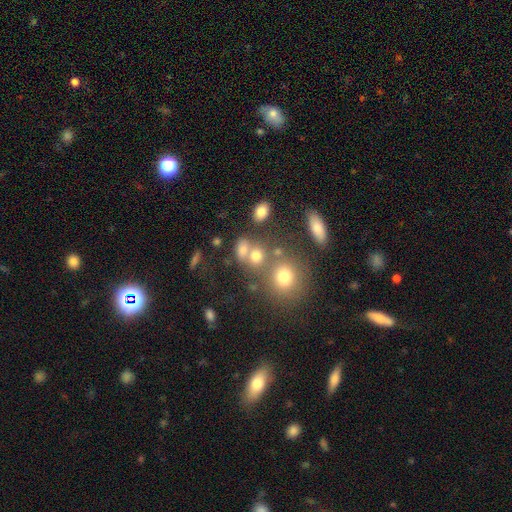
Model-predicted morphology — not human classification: A smooth galaxy with no disk features (70%) that is round (60%). Merging: none (45%).